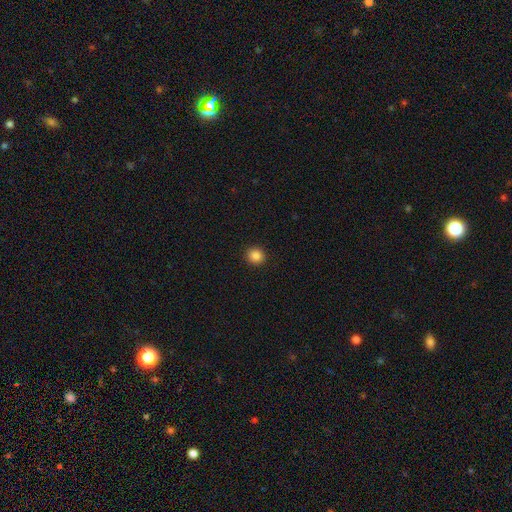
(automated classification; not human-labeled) This is clearly a smooth galaxy (86%). How rounded: clearly round (90%). Merging: clearly none (93%).